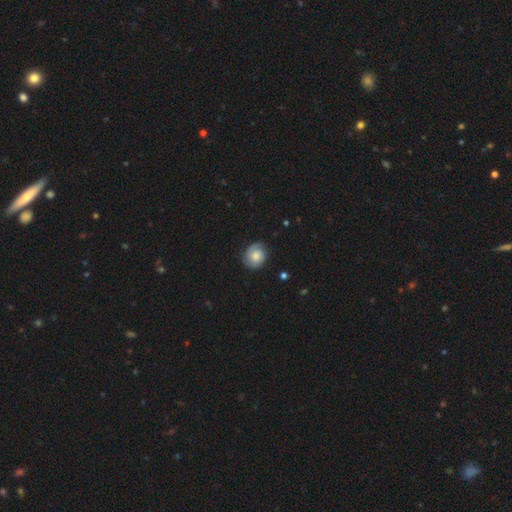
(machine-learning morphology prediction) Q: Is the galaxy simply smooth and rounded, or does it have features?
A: featured or disk — 50%.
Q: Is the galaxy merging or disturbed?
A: none — 73%.